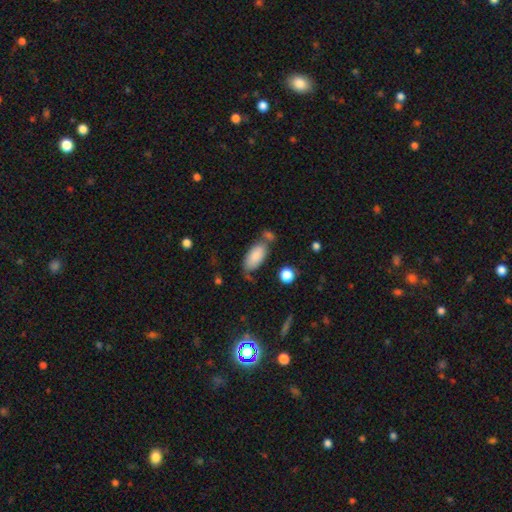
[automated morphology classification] A smooth galaxy with no disk features (85%) that is in between round and cigar-shaped (91%).

Vote fractions:
- Smooth or featured? smooth: 85% / featured or disk: 8% / star or artifact: 7%
- How rounded? in between: 91% / cigar-shaped: 7% / round: 2%
- Merging? none: 59% / minor disturbance: 20% / merger: 14% / major disturbance: 7%